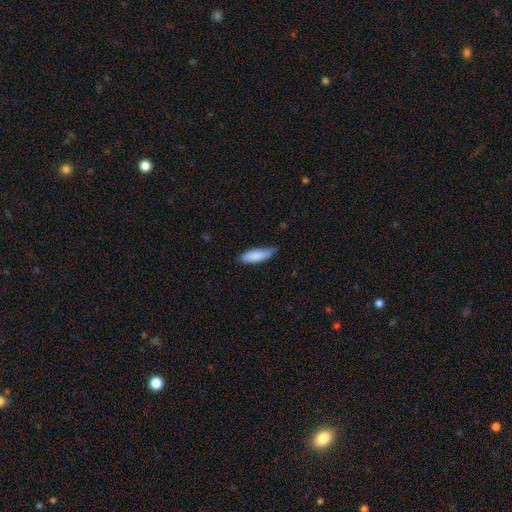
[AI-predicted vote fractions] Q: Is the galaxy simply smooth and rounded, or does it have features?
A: smooth — 86%.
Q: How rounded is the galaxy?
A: in between — 54%.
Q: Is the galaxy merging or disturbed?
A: none — 65%.